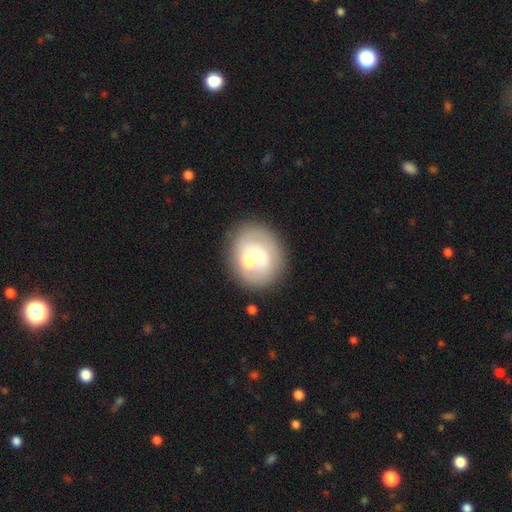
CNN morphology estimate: A featured or disk galaxy (47%). Merging: none (57%).